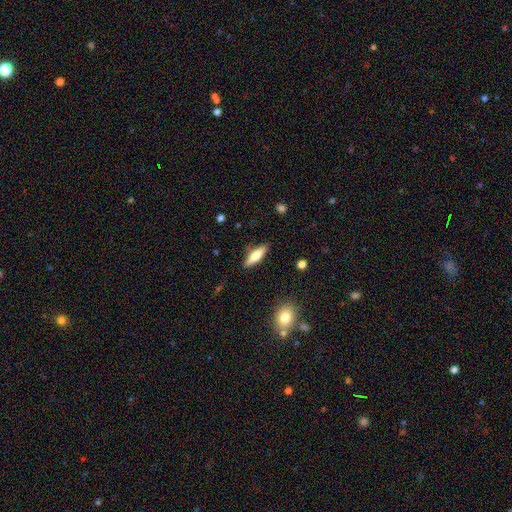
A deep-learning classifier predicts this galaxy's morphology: A smooth galaxy with no disk features (58%) that is cigar-shaped (56%).

Vote fractions:
- Smooth or featured? smooth: 58% / featured or disk: 35% / star or artifact: 6%
- How rounded? cigar-shaped: 56% / in between: 42% / round: 2%
- Merging? none: 86% / minor disturbance: 10% / major disturbance: 2% / merger: 2%